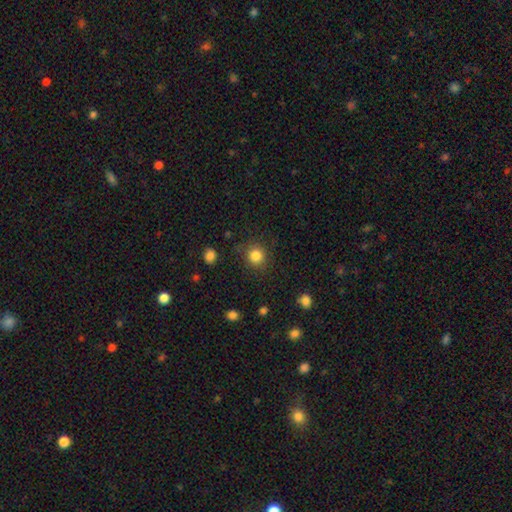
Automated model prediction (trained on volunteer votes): Smooth or featured? smooth (84%)
How rounded? round (89%)
Merging? none (86%)